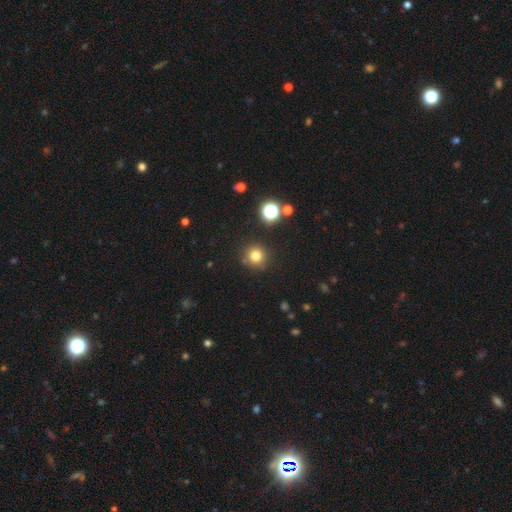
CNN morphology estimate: Overall: smooth (77%). How rounded: round (94%). Merging: none (85%).